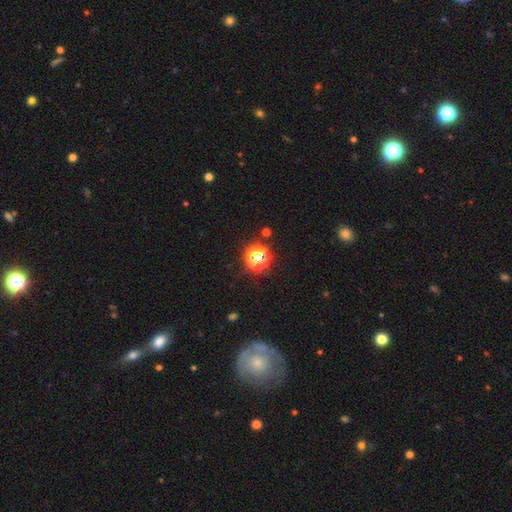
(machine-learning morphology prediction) The model was most divided on "smooth or featured": star or artifact: 57%, smooth: 34%, featured or disk: 8%.